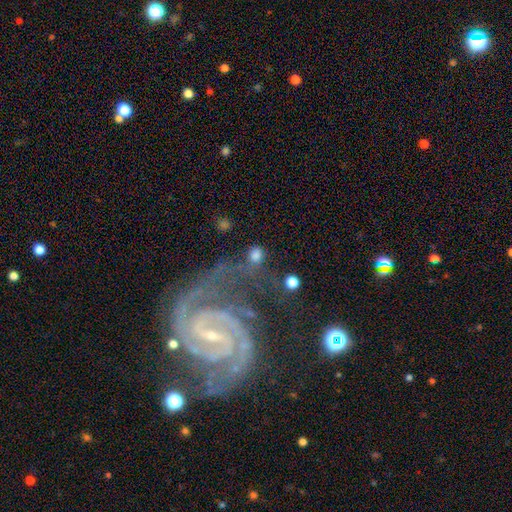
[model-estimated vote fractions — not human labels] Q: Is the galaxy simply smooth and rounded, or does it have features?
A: smooth — 71%.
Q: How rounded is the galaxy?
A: round — 78%.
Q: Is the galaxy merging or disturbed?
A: none — 63%.